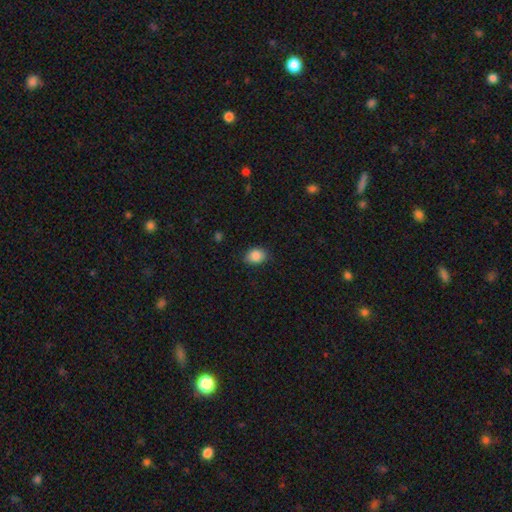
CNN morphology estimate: The model was most divided on "how rounded": in between: 66%, round: 33%, cigar-shaped: 1%. More confident: smooth or featured — smooth (88%); merging — none (83%).